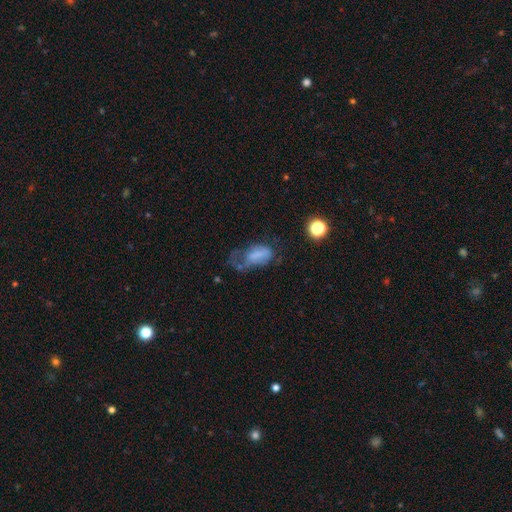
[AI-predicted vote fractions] A smooth galaxy with no disk features (59%) that is in between round and cigar-shaped (88%). Merging: major disturbance (47%).